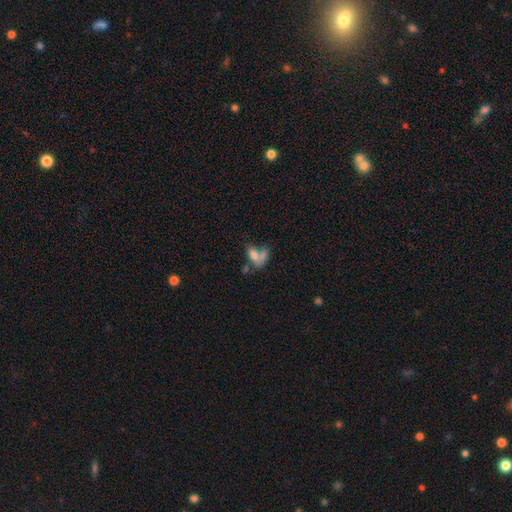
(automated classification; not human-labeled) Morphology: type=smooth (68%); roundness=in between (83%); merging=merger (45%).